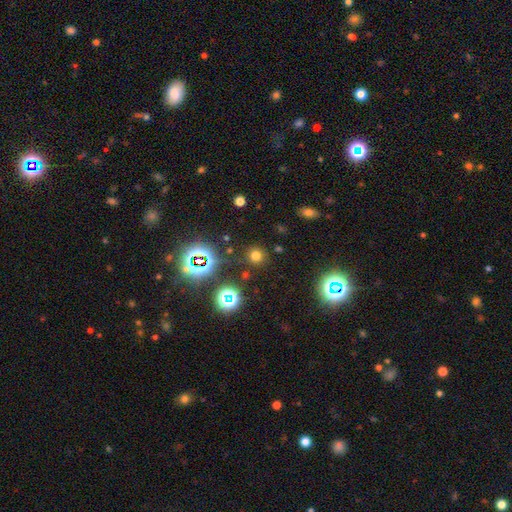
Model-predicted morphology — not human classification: Smooth or featured: smooth — 66% (star or artifact — 28%)
How rounded: round — 92% (in between — 7%)
Merging: none — 86% (minor disturbance — 7%)